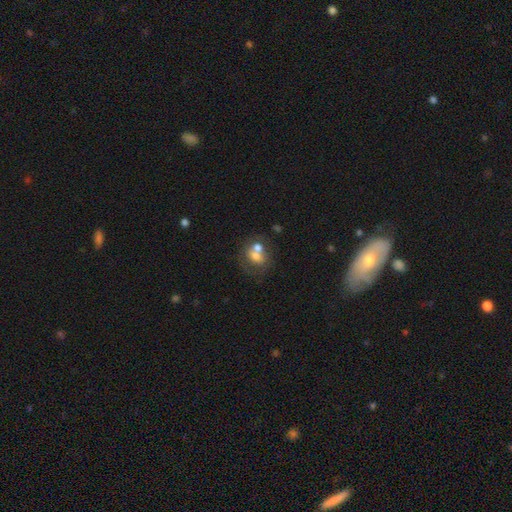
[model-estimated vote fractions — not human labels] A smooth galaxy with no disk features (60%) that is round (52%).

Vote fractions:
- Smooth or featured? smooth: 60% / featured or disk: 29% / star or artifact: 11%
- How rounded? round: 52% / in between: 47% / cigar-shaped: 1%
- Merging? merger: 54% / none: 28% / minor disturbance: 11% / major disturbance: 8%